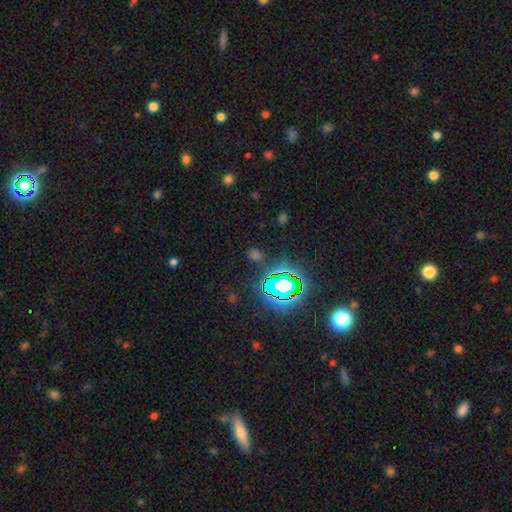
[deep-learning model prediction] smooth_or_featured: star or artifact (p=0.61) [alt: smooth p=0.30]